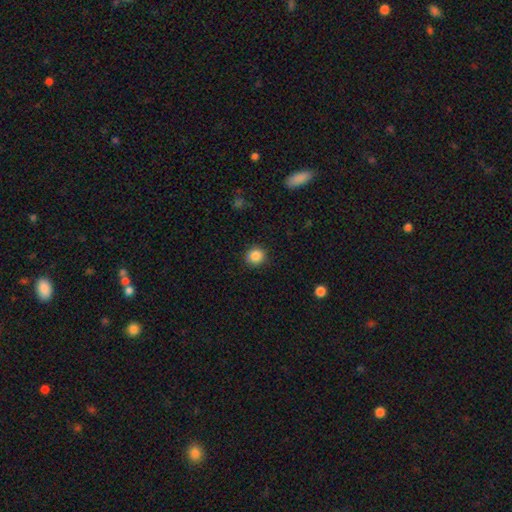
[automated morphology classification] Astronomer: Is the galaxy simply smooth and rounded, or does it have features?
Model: smooth — 86%.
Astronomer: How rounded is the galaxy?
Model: round — 89%.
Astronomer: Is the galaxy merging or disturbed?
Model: none — 88%.